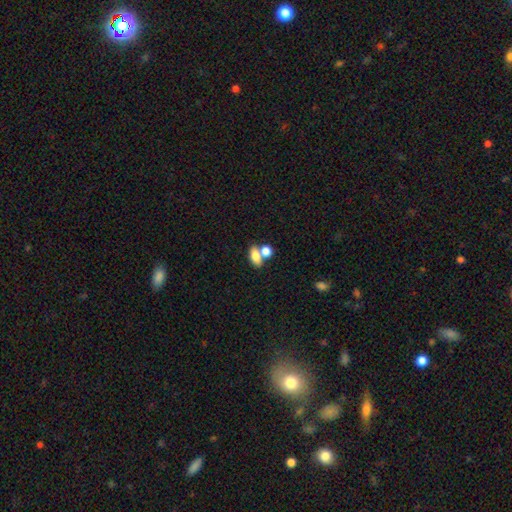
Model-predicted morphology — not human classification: A smooth galaxy with no disk features (79%) that is in between round and cigar-shaped (82%). Merging: merger (48%).